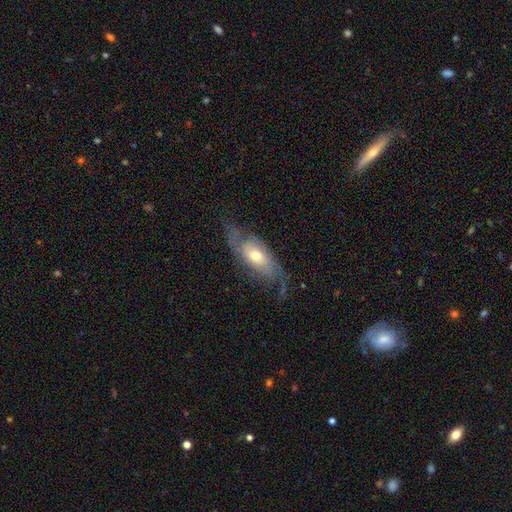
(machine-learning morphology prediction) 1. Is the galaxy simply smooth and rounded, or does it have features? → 67% featured or disk, 27% smooth, 7% star or artifact.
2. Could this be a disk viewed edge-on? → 84% no, 16% yes.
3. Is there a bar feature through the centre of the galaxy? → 69% no, 24% weak, 7% strong.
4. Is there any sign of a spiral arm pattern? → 80% yes, 20% no.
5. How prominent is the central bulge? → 64% moderate, 24% small, 9% large, 1% dominant, 1% none.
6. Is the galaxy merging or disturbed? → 54% none, 24% minor disturbance, 20% major disturbance, 2% merger.